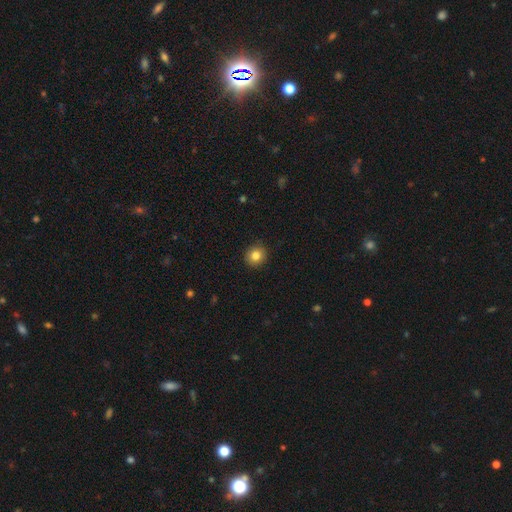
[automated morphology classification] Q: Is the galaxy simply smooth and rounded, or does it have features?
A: smooth — 83%.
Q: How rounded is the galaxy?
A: round — 91%.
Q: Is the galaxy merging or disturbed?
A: none — 92%.